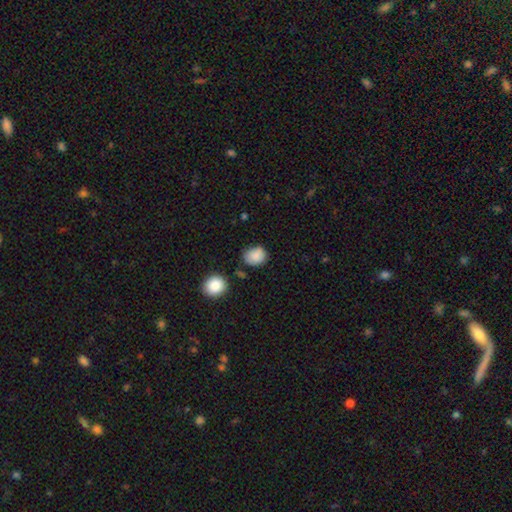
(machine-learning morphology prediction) Q: Smooth or featured?
A: smooth (85%); runner-up: star or artifact (9%)
Q: How rounded?
A: round (51%); runner-up: in between (48%)
Q: Merging?
A: none (68%); runner-up: minor disturbance (23%)